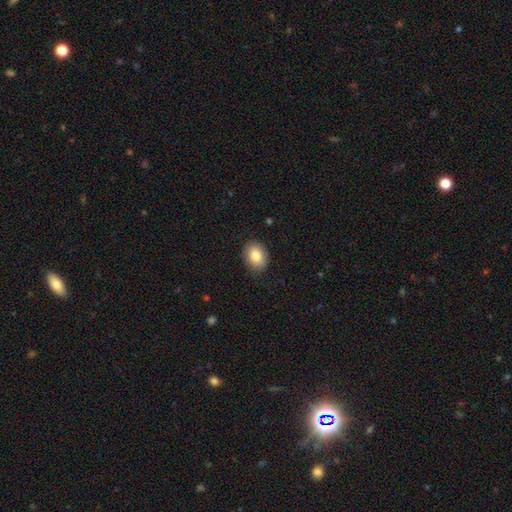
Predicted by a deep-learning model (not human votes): Overall: smooth (84%). How rounded: in between (69%; round 30%). Merging: none (87%).